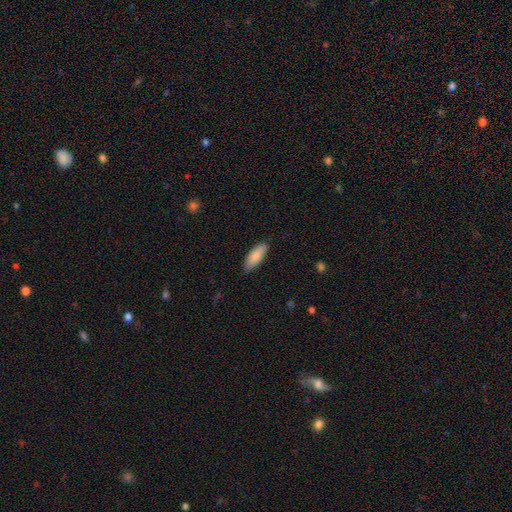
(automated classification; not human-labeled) This appears to be a smooth galaxy with no disk features (86%) that is in between round and cigar-shaped (67%). Merging: none (86%).